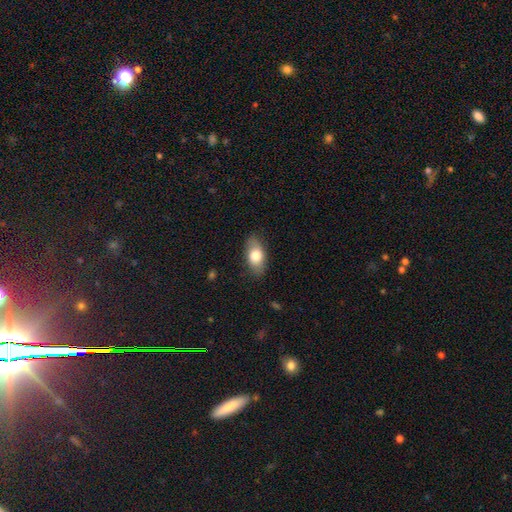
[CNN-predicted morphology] Q: Smooth or featured?
A: smooth (76%); runner-up: featured or disk (18%)
Q: How rounded?
A: in between (89%); runner-up: round (6%)
Q: Merging?
A: none (83%); runner-up: minor disturbance (13%)